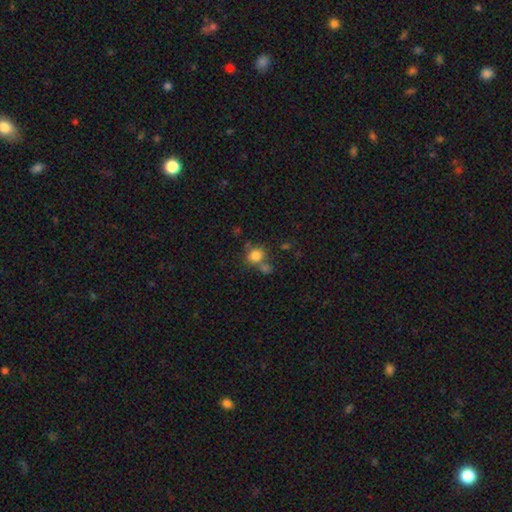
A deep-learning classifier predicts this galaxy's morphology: Smooth or featured? smooth (80%)
How rounded? round (68%)
Merging? none (57%)